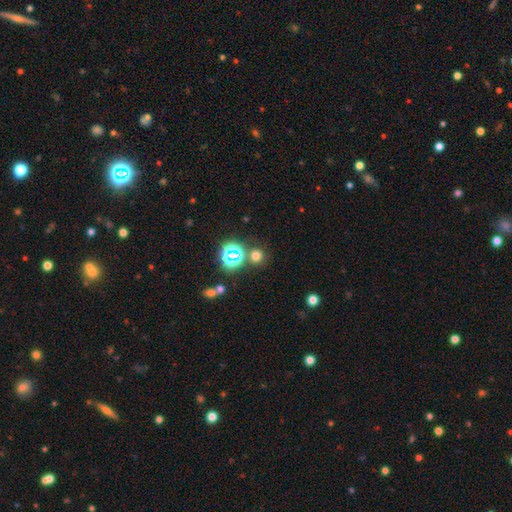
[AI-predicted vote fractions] Q: Smooth or featured?
A: smooth (64%); runner-up: star or artifact (30%)
Q: How rounded?
A: round (89%); runner-up: in between (10%)
Q: Merging?
A: none (78%); runner-up: merger (11%)